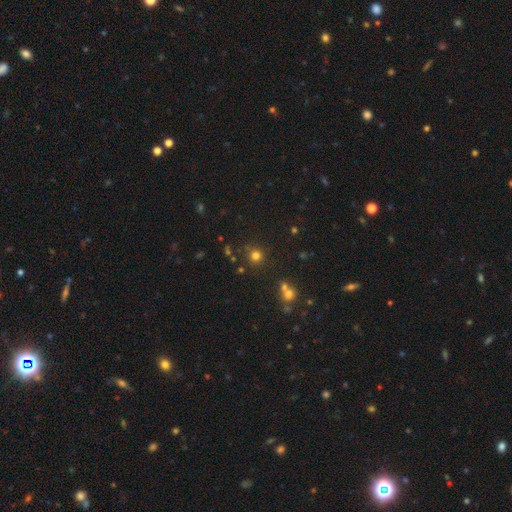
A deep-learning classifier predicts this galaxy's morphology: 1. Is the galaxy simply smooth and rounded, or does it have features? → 74% smooth, 20% star or artifact, 6% featured or disk.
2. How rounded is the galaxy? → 93% round, 6% in between, 1% cigar-shaped.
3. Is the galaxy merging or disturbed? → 81% none, 8% minor disturbance, 7% merger, 3% major disturbance.